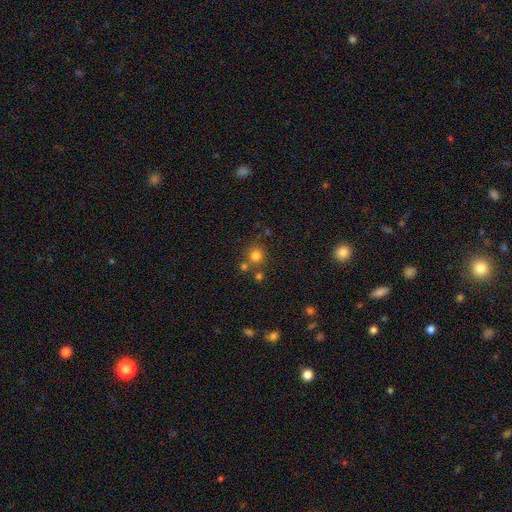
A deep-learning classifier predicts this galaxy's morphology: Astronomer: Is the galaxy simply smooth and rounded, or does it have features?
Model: smooth — 77%.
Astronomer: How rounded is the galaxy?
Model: round — 89%.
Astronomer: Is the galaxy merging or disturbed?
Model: none — 70%.